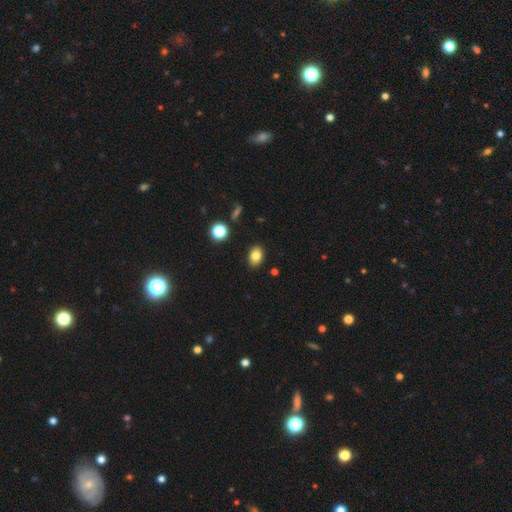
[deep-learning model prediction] Smooth or featured?
  - smooth: 81% *
  - star or artifact: 11%
  - featured or disk: 9%
How rounded?
  - in between: 75% *
  - round: 24%
  - cigar-shaped: 1%
Merging?
  - none: 88% *
  - minor disturbance: 8%
  - major disturbance: 2%
  - merger: 2%